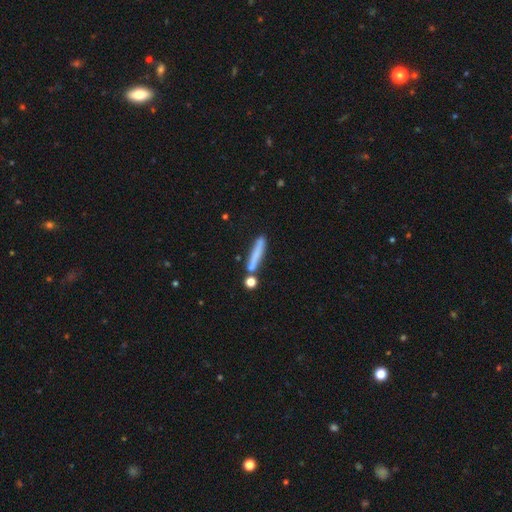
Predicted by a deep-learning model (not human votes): smooth_or_featured: smooth (p=0.71) [alt: featured or disk p=0.21]
how_rounded: cigar-shaped (p=0.92) [alt: in between p=0.05]
merging: none (p=0.75) [alt: minor disturbance p=0.13]